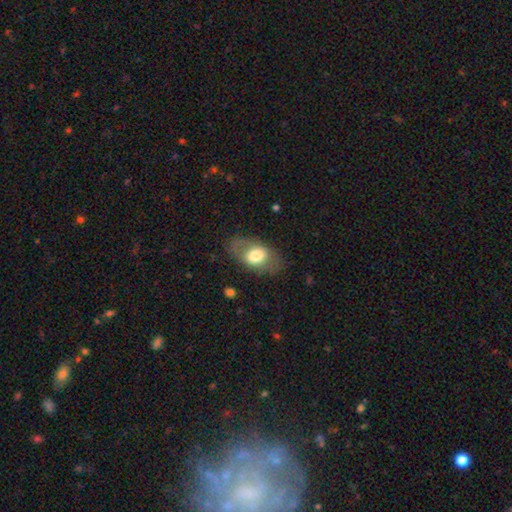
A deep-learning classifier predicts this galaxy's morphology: A smooth galaxy with no disk features (63%) that is in between round and cigar-shaped (87%).

Vote fractions:
- Smooth or featured? smooth: 63% / featured or disk: 30% / star or artifact: 7%
- How rounded? in between: 87% / round: 10% / cigar-shaped: 2%
- Merging? none: 76% / minor disturbance: 15% / major disturbance: 8% / merger: 1%